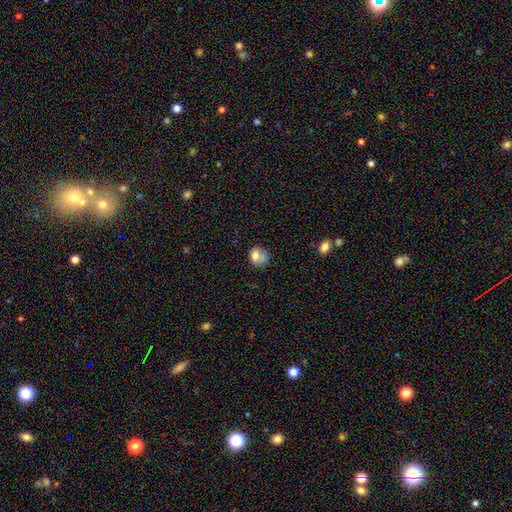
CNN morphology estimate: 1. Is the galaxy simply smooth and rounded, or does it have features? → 78% smooth, 11% featured or disk, 11% star or artifact.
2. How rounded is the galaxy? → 67% round, 32% in between, 1% cigar-shaped.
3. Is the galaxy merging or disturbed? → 48% none, 32% minor disturbance, 15% major disturbance, 5% merger.